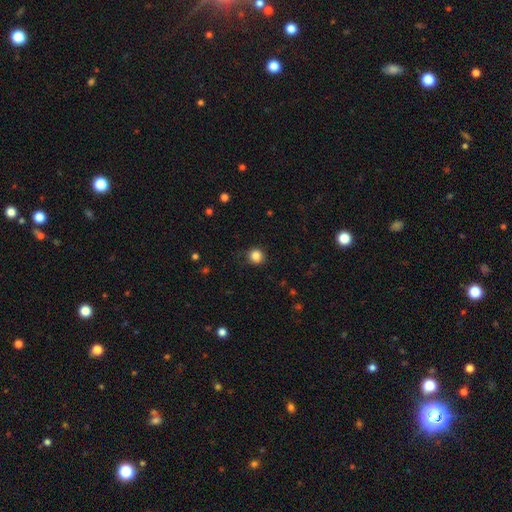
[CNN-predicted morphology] This is clearly a smooth galaxy (85%). How rounded: clearly round (90%). Merging: clearly none (83%).